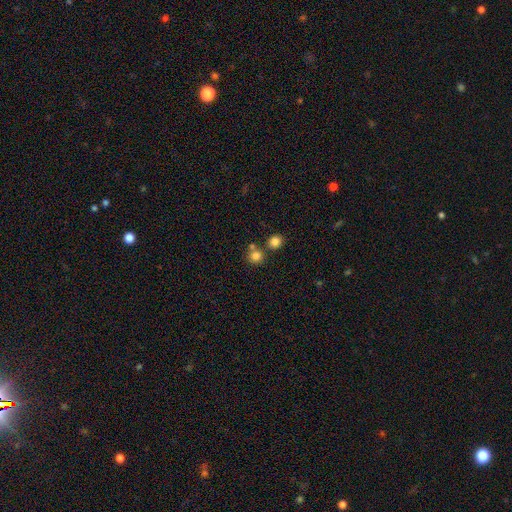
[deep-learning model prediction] Smooth or featured? Predicted: smooth (p=0.80). How rounded? Predicted: round (p=0.89). Merging? Predicted: none (p=0.63).